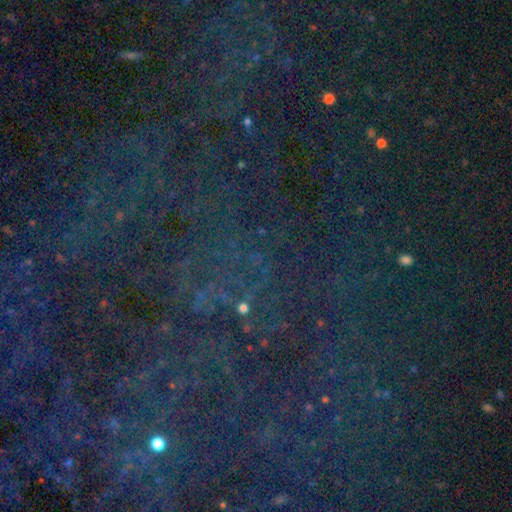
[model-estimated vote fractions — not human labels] Overall: star or artifact (83%).